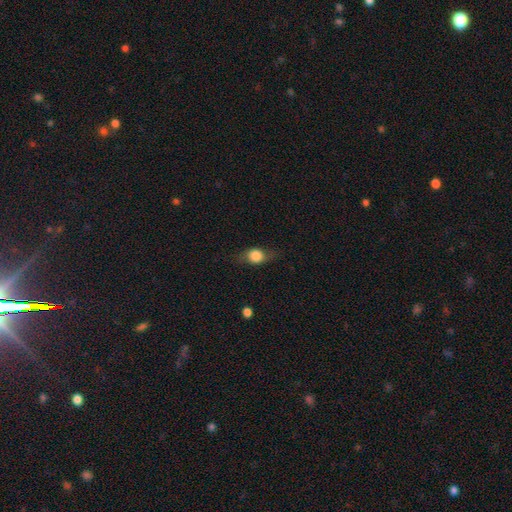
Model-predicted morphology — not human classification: Q: Smooth or featured?
A: smooth (67%); runner-up: featured or disk (24%)
Q: How rounded?
A: round (51%); runner-up: in between (44%)
Q: Merging?
A: none (70%); runner-up: minor disturbance (20%)